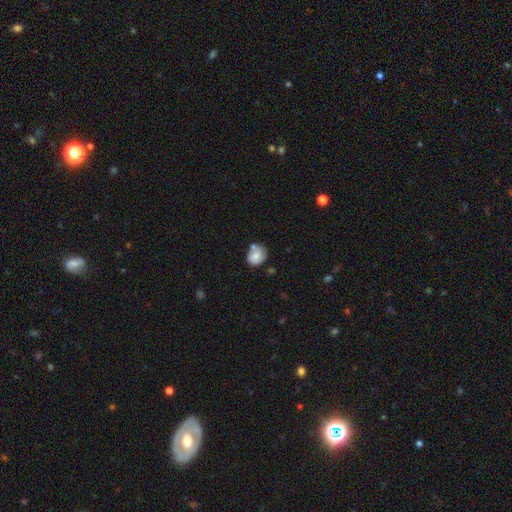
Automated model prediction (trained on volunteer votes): A smooth galaxy with no disk features (70%) that is round (68%).

Vote fractions:
- Smooth or featured? smooth: 70% / featured or disk: 22% / star or artifact: 8%
- How rounded? round: 68% / in between: 31% / cigar-shaped: 1%
- Merging? none: 53% / minor disturbance: 24% / merger: 17% / major disturbance: 7%